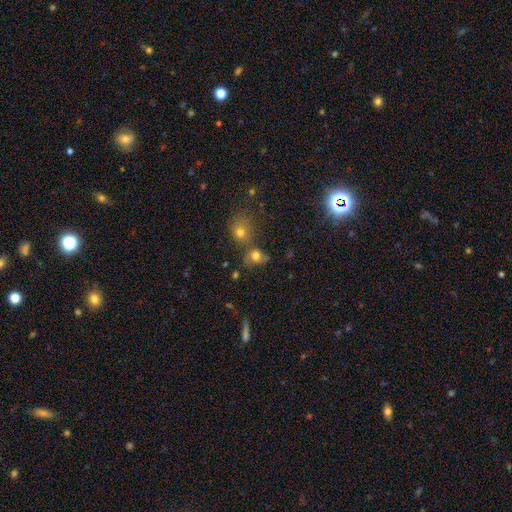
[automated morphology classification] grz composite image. It shows a smooth galaxy with no disk features (69%) that is round (61%). Merging: none (43%).